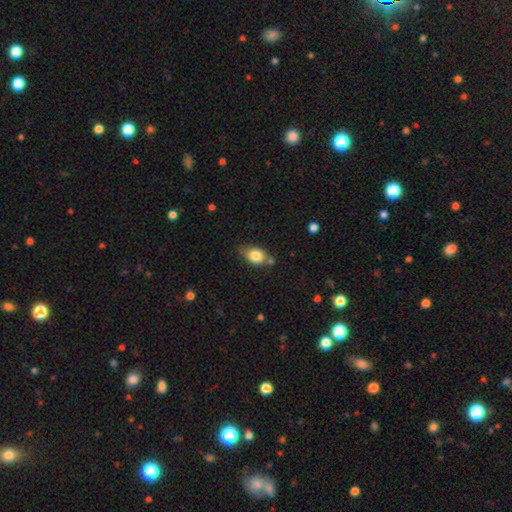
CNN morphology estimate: A smooth galaxy with no disk features (81%) that is in between round and cigar-shaped (67%).

Vote fractions:
- Smooth or featured? smooth: 81% / featured or disk: 10% / star or artifact: 9%
- How rounded? in between: 67% / round: 31% / cigar-shaped: 2%
- Merging? none: 58% / minor disturbance: 26% / merger: 10% / major disturbance: 6%